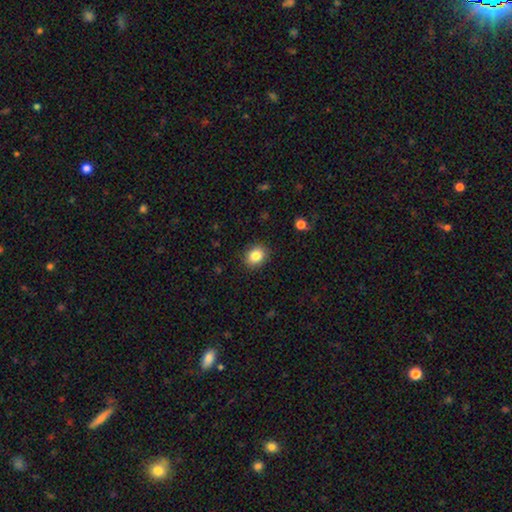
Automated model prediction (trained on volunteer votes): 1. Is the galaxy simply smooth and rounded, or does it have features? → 84% smooth, 10% star or artifact, 6% featured or disk.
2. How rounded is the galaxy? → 56% round, 43% in between, 1% cigar-shaped.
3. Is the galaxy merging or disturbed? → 89% none, 8% minor disturbance, 2% major disturbance, 1% merger.